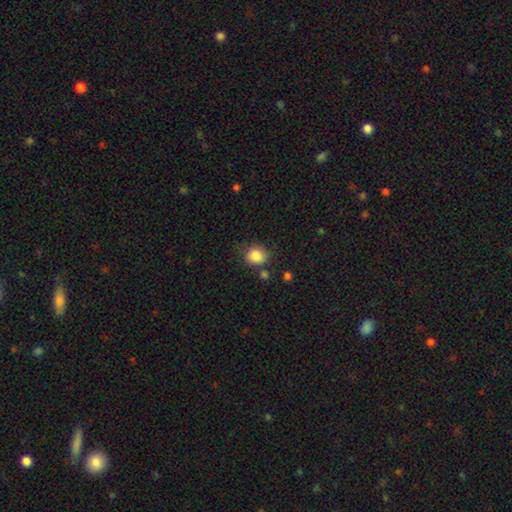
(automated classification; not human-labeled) smooth-or-featured: smooth: 85% | star or artifact: 9% | featured or disk: 5%
  how-rounded: round: 70% | in between: 29% | cigar-shaped: 1%
  merging: none: 65% | minor disturbance: 23% | major disturbance: 6% | merger: 6%